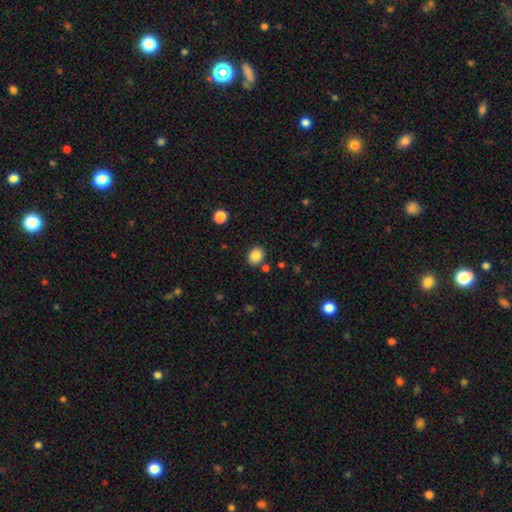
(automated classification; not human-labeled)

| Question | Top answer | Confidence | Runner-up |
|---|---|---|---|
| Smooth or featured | smooth | 86% | star or artifact (9%) |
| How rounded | round | 50% | in between (49%) |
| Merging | none | 83% | minor disturbance (9%) |